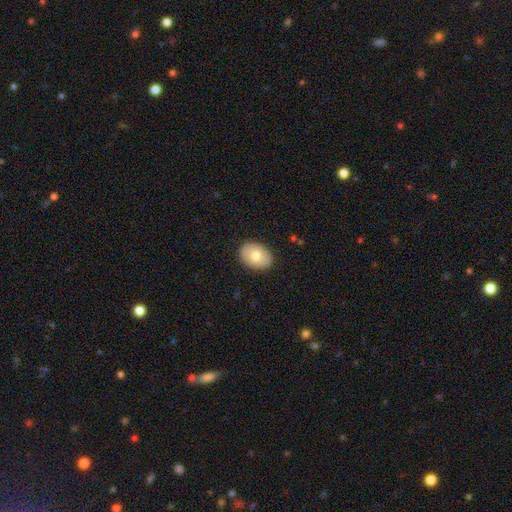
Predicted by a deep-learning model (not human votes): smooth 71%, featured or disk 22%, star or artifact 7%. Down the decision tree: how rounded — in between (75%); merging — none (88%).